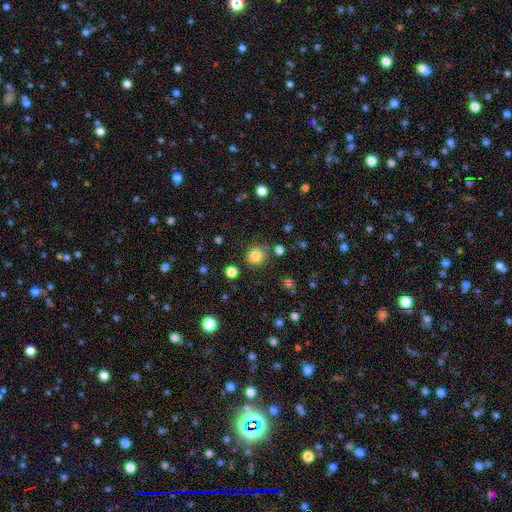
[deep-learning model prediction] This is likely a smooth galaxy (70%). How rounded: clearly round (82%). Merging: likely none (77%).